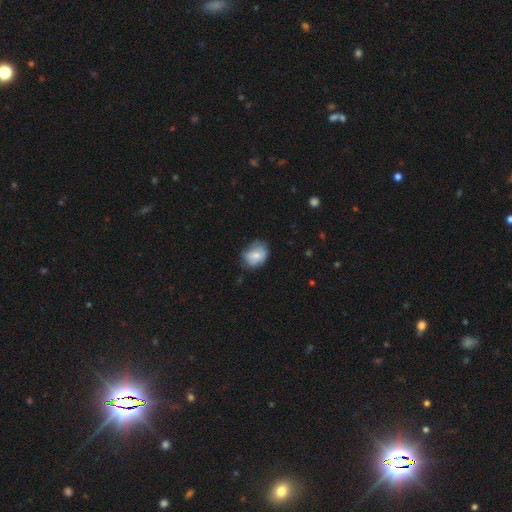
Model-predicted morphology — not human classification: Smooth or featured?
  - smooth: 71% *
  - featured or disk: 21%
  - star or artifact: 8%
How rounded?
  - in between: 51% *
  - round: 48%
  - cigar-shaped: 1%
Merging?
  - none: 57% *
  - minor disturbance: 32%
  - major disturbance: 10%
  - merger: 2%